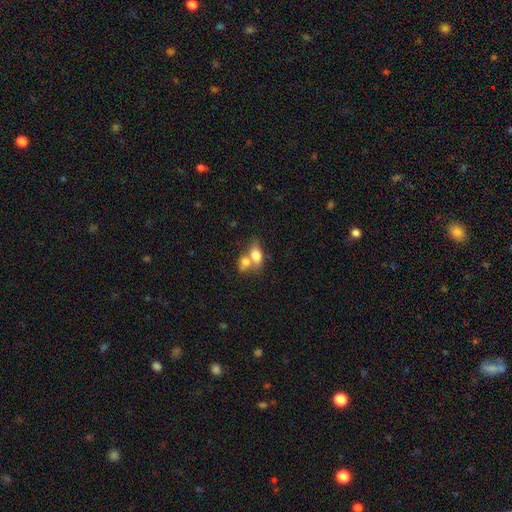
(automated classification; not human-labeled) smooth 73%, featured or disk 19%, star or artifact 8%. Down the decision tree: how rounded — in between (77%); merging — merger (59%).